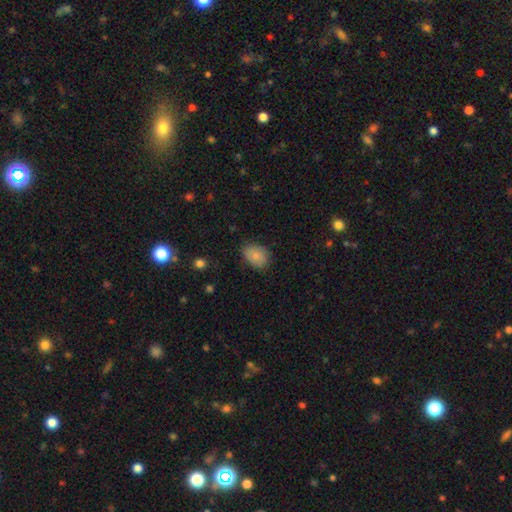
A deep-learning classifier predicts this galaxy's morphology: A smooth galaxy with no disk features (80%) that is in between round and cigar-shaped (70%).

Vote fractions:
- Smooth or featured? smooth: 80% / featured or disk: 13% / star or artifact: 8%
- How rounded? in between: 70% / round: 29% / cigar-shaped: 1%
- Merging? none: 76% / minor disturbance: 20% / major disturbance: 4% / merger: 1%